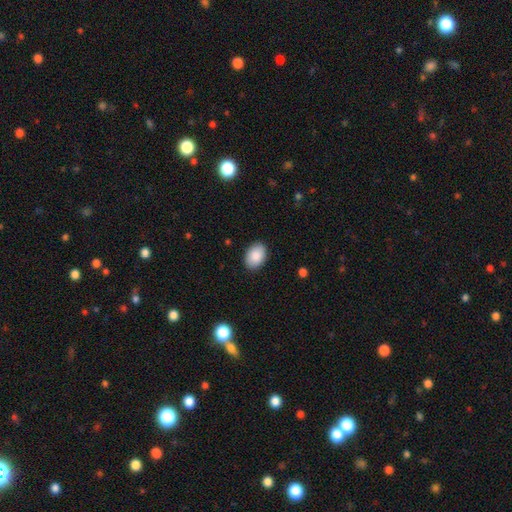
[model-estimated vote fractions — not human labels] Smooth or featured? Predicted: smooth (p=0.89). How rounded? Predicted: in between (p=0.84). Merging? Predicted: none (p=0.89).